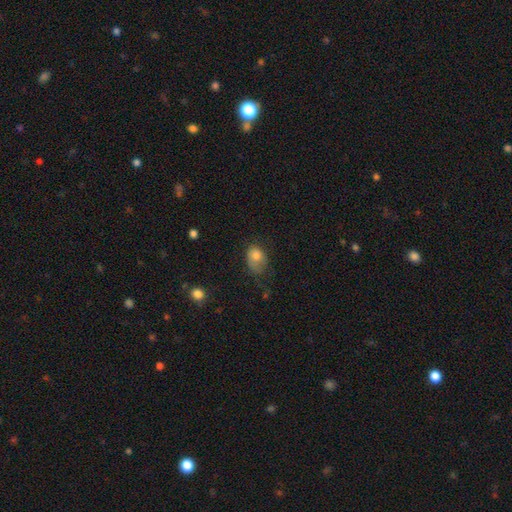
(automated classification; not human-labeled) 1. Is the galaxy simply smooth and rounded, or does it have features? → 76% smooth, 14% featured or disk, 10% star or artifact.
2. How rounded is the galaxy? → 70% in between, 28% round, 1% cigar-shaped.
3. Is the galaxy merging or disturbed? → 36% none, 35% minor disturbance, 27% major disturbance, 2% merger.